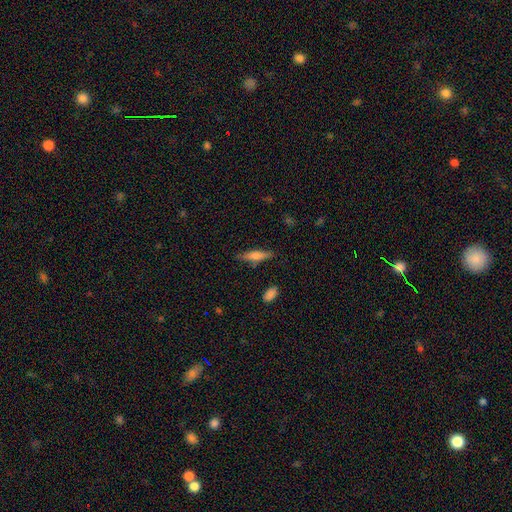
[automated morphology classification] This appears to be a smooth galaxy with no disk features (58%) that is cigar-shaped (69%). Merging: none (82%).